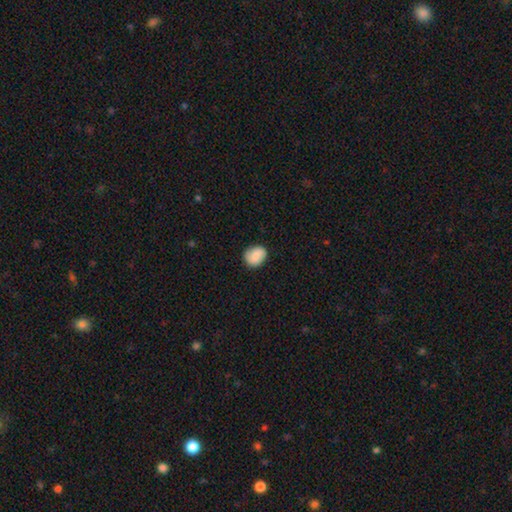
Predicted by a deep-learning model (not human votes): Smooth or featured: smooth — 78% (featured or disk — 14%)
How rounded: round — 62% (in between — 37%)
Merging: none — 83% (minor disturbance — 13%)